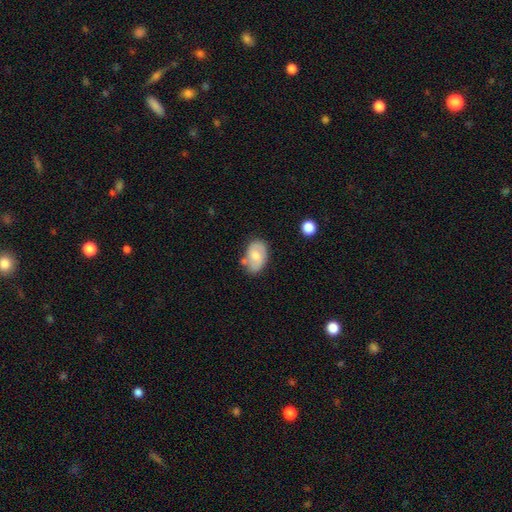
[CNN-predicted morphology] Smooth or featured: smooth — 59% (featured or disk — 34%)
How rounded: in between — 86% (round — 12%)
Merging: none — 63% (minor disturbance — 23%)